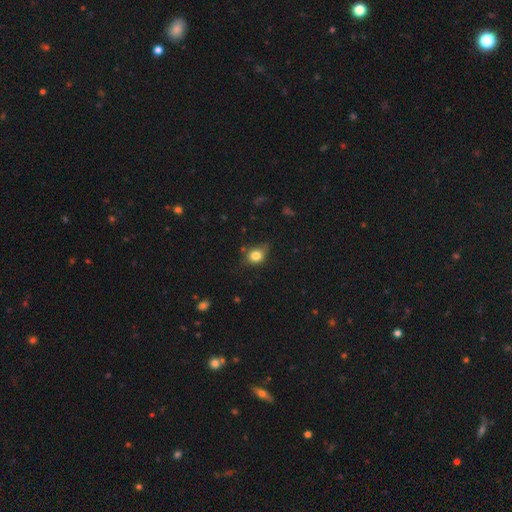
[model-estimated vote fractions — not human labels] This is likely a smooth galaxy (79%). How rounded: possibly round (52%). Merging: likely none (63%).